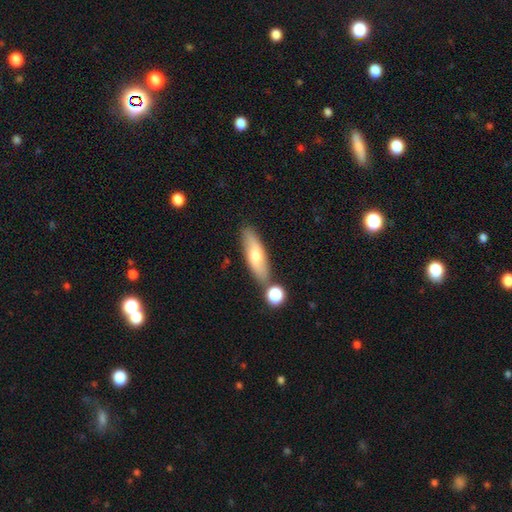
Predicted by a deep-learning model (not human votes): Q: Smooth or featured?
A: smooth (62%); runner-up: featured or disk (31%)
Q: How rounded?
A: cigar-shaped (55%); runner-up: in between (42%)
Q: Merging?
A: none (71%); runner-up: minor disturbance (13%)